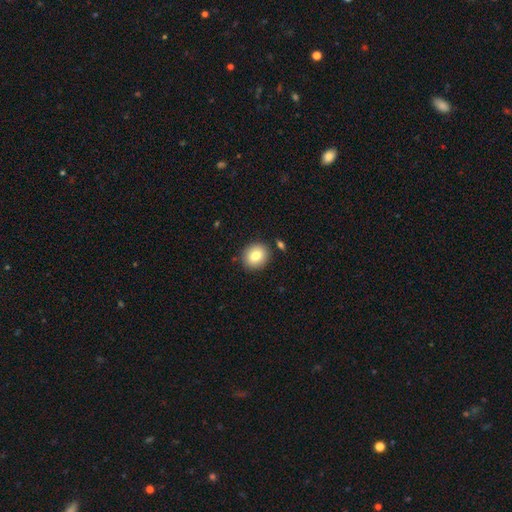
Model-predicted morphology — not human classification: Smooth or featured?
  - smooth: 80% *
  - featured or disk: 11%
  - star or artifact: 9%
How rounded?
  - round: 80% *
  - in between: 19%
  - cigar-shaped: 1%
Merging?
  - none: 85% *
  - minor disturbance: 8%
  - merger: 4%
  - major disturbance: 2%